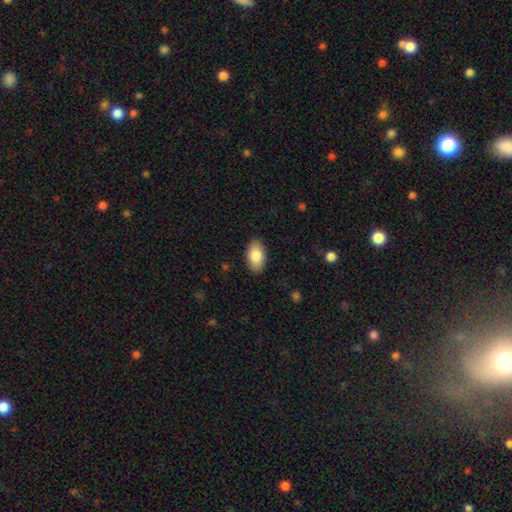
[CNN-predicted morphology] Smooth or featured: smooth — 84% (featured or disk — 10%)
How rounded: in between — 94% (round — 4%)
Merging: none — 88% (minor disturbance — 9%)